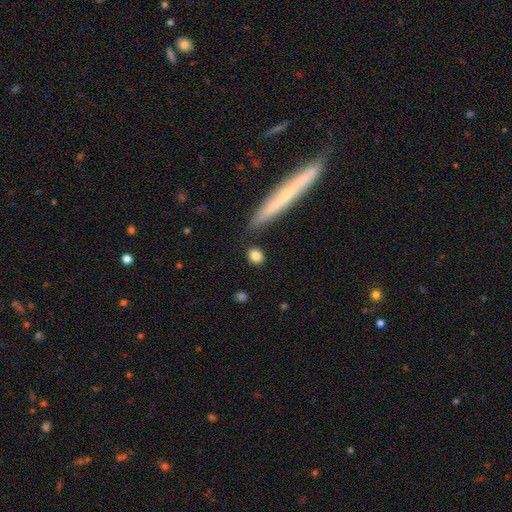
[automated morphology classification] Q: Smooth or featured?
A: smooth (83%); runner-up: featured or disk (8%)
Q: How rounded?
A: round (63%); runner-up: in between (31%)
Q: Merging?
A: none (85%); runner-up: minor disturbance (9%)